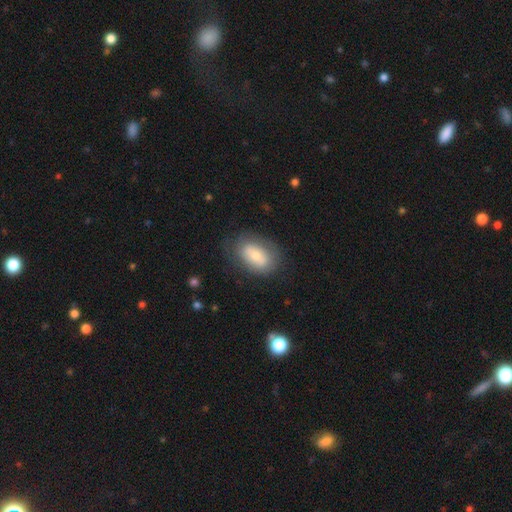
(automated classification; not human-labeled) smooth 66%, featured or disk 27%, star or artifact 7%. Down the decision tree: how rounded — in between (87%); merging — none (72%).